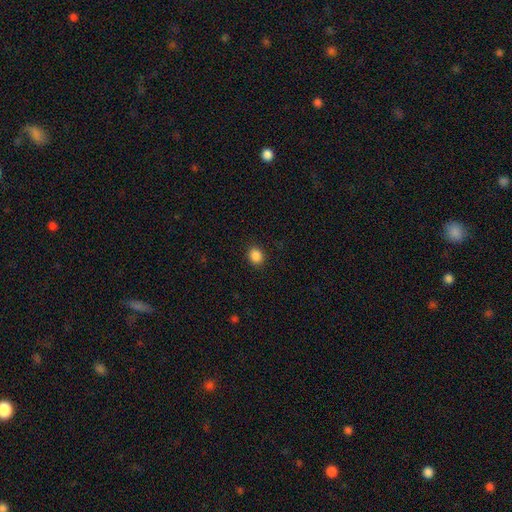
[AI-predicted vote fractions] Q: Smooth or featured?
A: smooth (87%); runner-up: star or artifact (10%)
Q: How rounded?
A: round (60%); runner-up: in between (40%)
Q: Merging?
A: none (90%); runner-up: minor disturbance (7%)